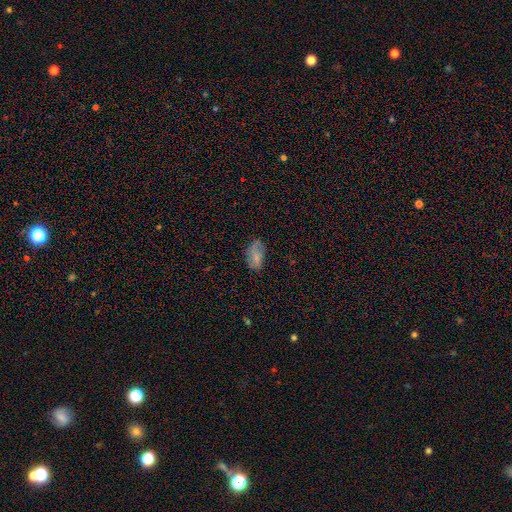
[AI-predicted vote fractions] Smooth or featured: smooth — 72% (featured or disk — 17%)
How rounded: in between — 92% (round — 6%)
Merging: none — 65% (minor disturbance — 25%)